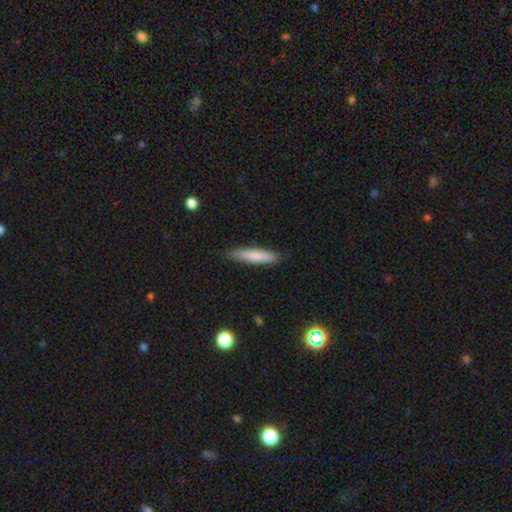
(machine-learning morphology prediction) smooth 79%, featured or disk 15%, star or artifact 6%. Down the decision tree: how rounded — cigar-shaped (87%); merging — none (86%).